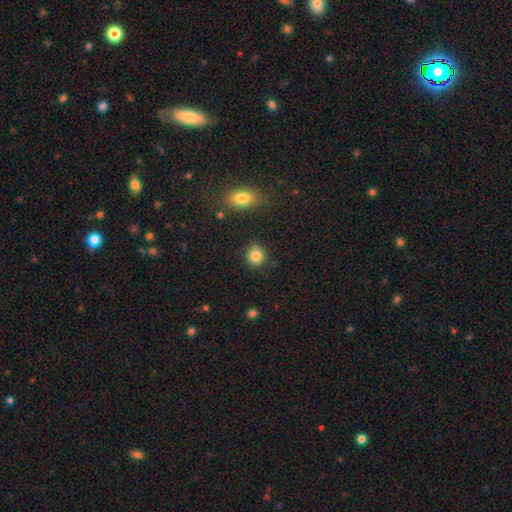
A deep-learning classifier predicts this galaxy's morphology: type=smooth (86%); roundness=round (77%); merging=none (84%).